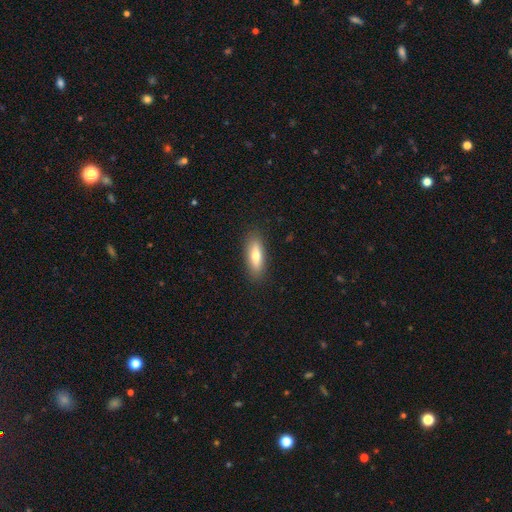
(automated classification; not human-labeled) Morphology: type=smooth (69%); roundness=in between (54%); merging=none (88%).